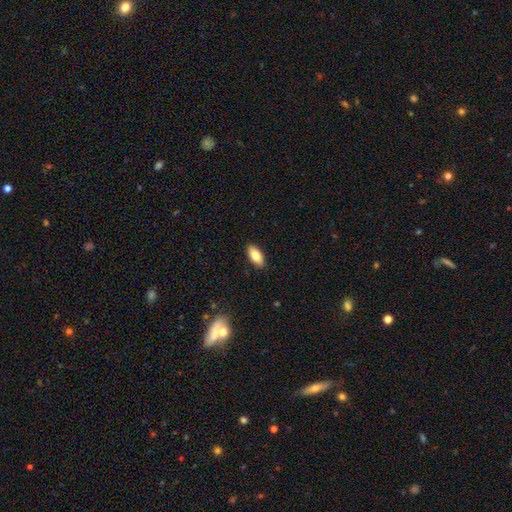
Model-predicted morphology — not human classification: Smooth or featured? Predicted: smooth (p=0.81). How rounded? Predicted: in between (p=0.90). Merging? Predicted: none (p=0.90).